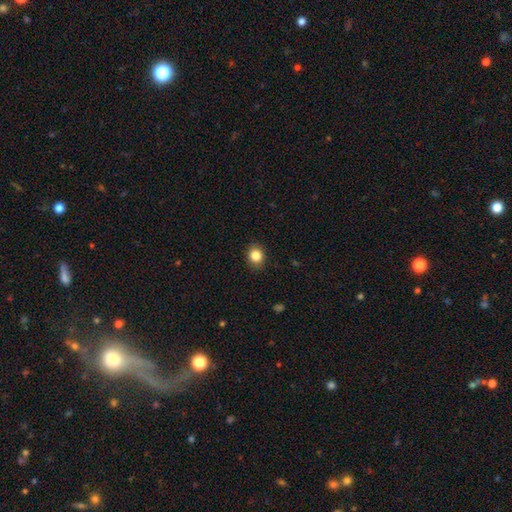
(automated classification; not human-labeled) A smooth galaxy with no disk features (84%) that is round (68%).

Vote fractions:
- Smooth or featured? smooth: 84% / star or artifact: 10% / featured or disk: 6%
- How rounded? round: 68% / in between: 31% / cigar-shaped: 1%
- Merging? none: 88% / minor disturbance: 9% / major disturbance: 2% / merger: 1%